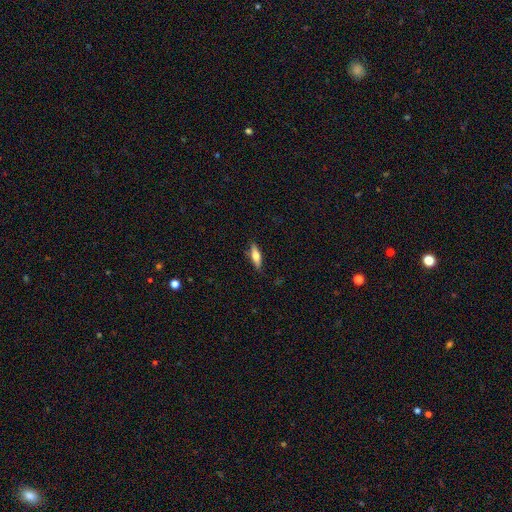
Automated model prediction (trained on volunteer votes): Overall: smooth (57%; featured or disk 37%). How rounded: cigar-shaped (55%; in between 42%). Merging: none (84%).